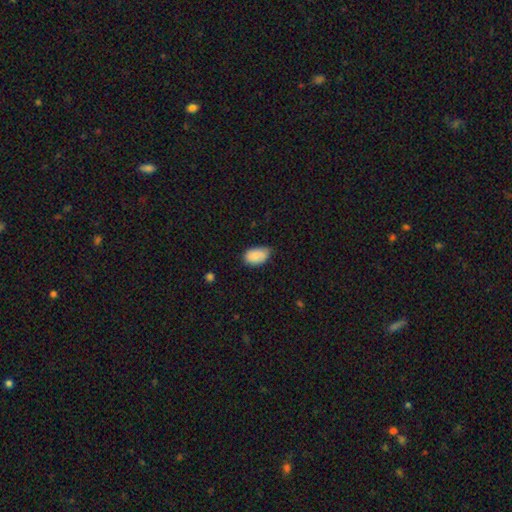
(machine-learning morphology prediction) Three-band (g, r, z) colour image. It shows a smooth galaxy with no disk features (88%) that is in between round and cigar-shaped (92%). Merging: none (63%).